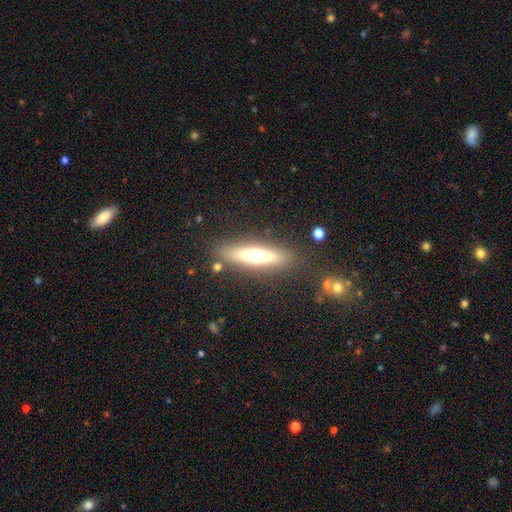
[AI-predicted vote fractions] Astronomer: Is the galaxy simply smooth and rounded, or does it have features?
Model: featured or disk — 48% (runner-up: smooth, 44%).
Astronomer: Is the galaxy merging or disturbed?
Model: none — 83%.